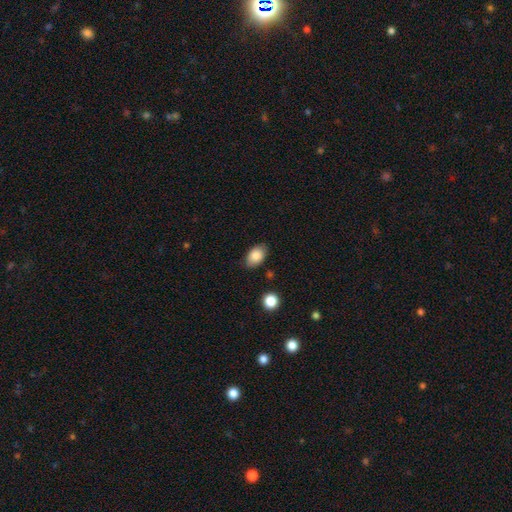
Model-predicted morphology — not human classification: smooth-or-featured: smooth: 86% | star or artifact: 8% | featured or disk: 7%
  how-rounded: in between: 87% | round: 12% | cigar-shaped: 1%
  merging: none: 81% | minor disturbance: 14% | major disturbance: 3% | merger: 2%